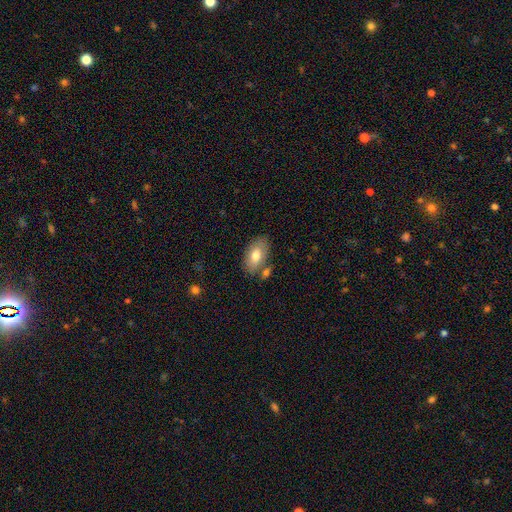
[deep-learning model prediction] Smooth or featured: smooth — 75% (featured or disk — 18%)
How rounded: in between — 93% (round — 5%)
Merging: none — 71% (minor disturbance — 15%)